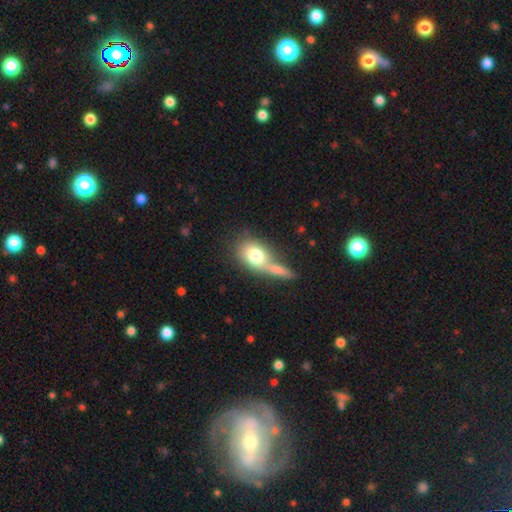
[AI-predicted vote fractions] Smooth or featured?
  - smooth: 74% *
  - featured or disk: 18%
  - star or artifact: 8%
How rounded?
  - in between: 59% *
  - round: 37%
  - cigar-shaped: 4%
Merging?
  - merger: 47% *
  - none: 30%
  - minor disturbance: 13%
  - major disturbance: 10%